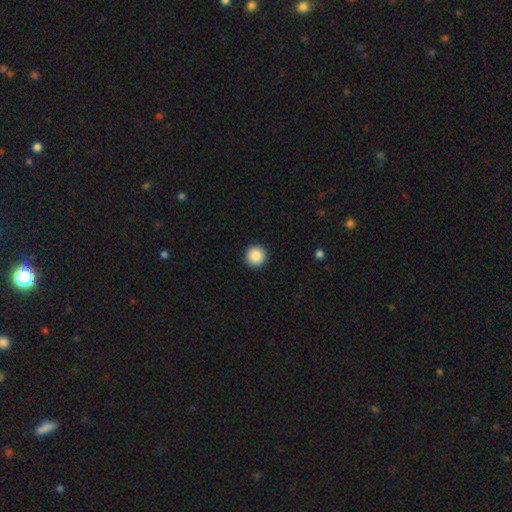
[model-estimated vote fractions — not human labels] A smooth galaxy with no disk features (89%) that is round (96%).

Vote fractions:
- Smooth or featured? smooth: 89% / star or artifact: 8% / featured or disk: 3%
- How rounded? round: 96% / in between: 3% / cigar-shaped: 1%
- Merging? none: 93% / minor disturbance: 4% / major disturbance: 2% / merger: 1%